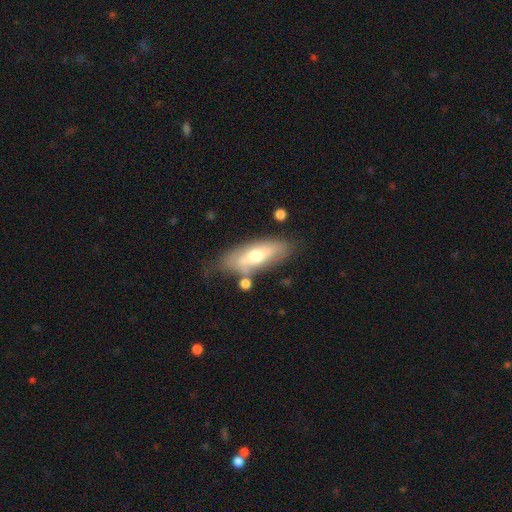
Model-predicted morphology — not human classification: The model was most divided on "smooth or featured": smooth: 48%, featured or disk: 46%, star or artifact: 6%. More confident: merging — none (66%).